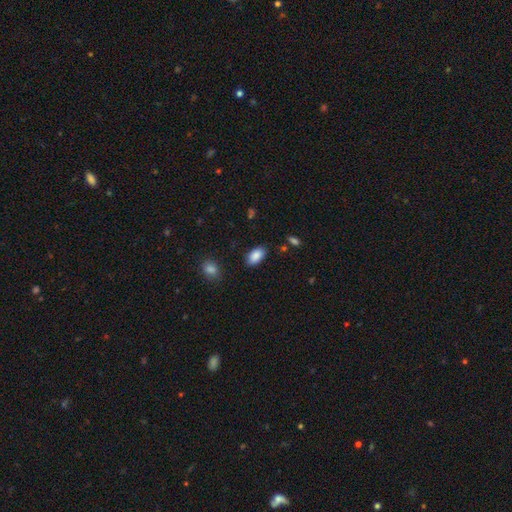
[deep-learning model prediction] Smooth or featured? smooth (89%)
How rounded? in between (93%)
Merging? none (85%)